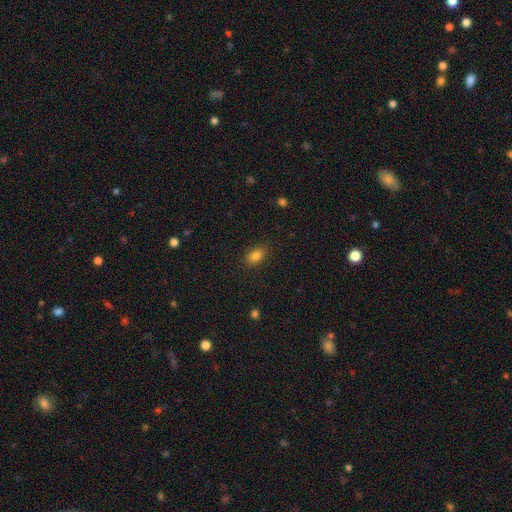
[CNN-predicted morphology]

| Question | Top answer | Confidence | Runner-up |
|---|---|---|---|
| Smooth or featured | smooth | 83% | star or artifact (11%) |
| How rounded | in between | 82% | round (16%) |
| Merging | none | 87% | minor disturbance (10%) |